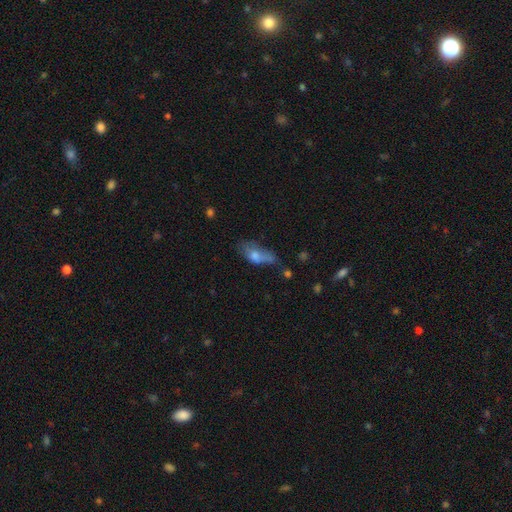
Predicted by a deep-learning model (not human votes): Q: Smooth or featured?
A: smooth (64%); runner-up: featured or disk (26%)
Q: How rounded?
A: in between (82%); runner-up: cigar-shaped (12%)
Q: Merging?
A: major disturbance (30%); tied with: minor disturbance (30%)